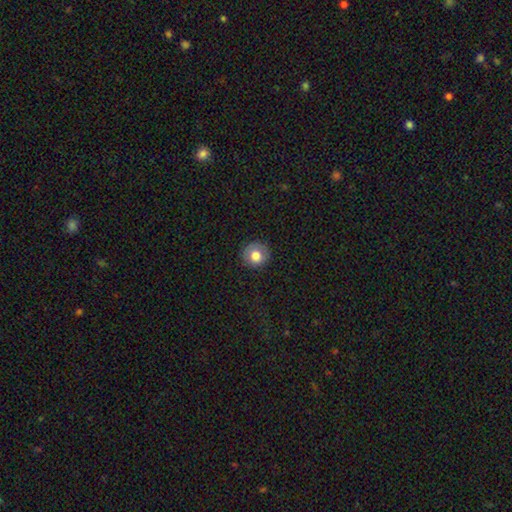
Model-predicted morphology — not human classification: Smooth or featured: smooth — 78% (featured or disk — 13%)
How rounded: round — 92% (in between — 7%)
Merging: none — 87% (minor disturbance — 9%)